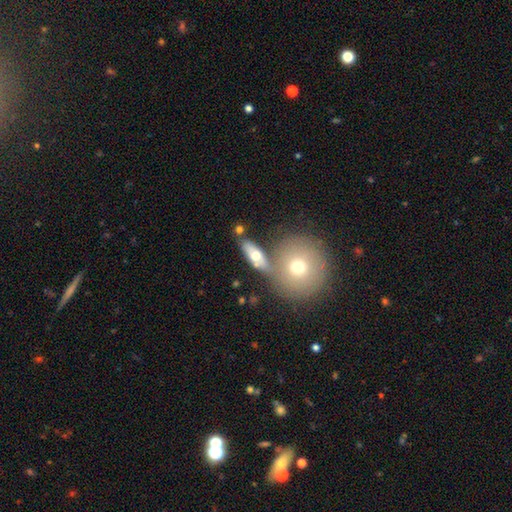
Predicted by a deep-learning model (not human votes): Smooth or featured? smooth (60%)
How rounded? in between (66%)
Merging? none (50%)